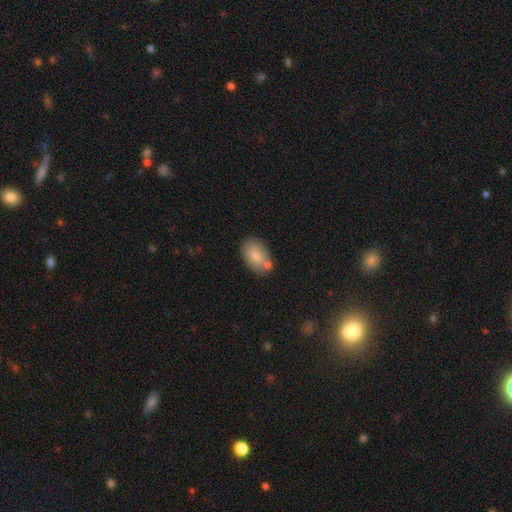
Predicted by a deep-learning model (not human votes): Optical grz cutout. It shows a smooth galaxy with no disk features (81%) that is in between round and cigar-shaped (88%). Merging: none (67%).